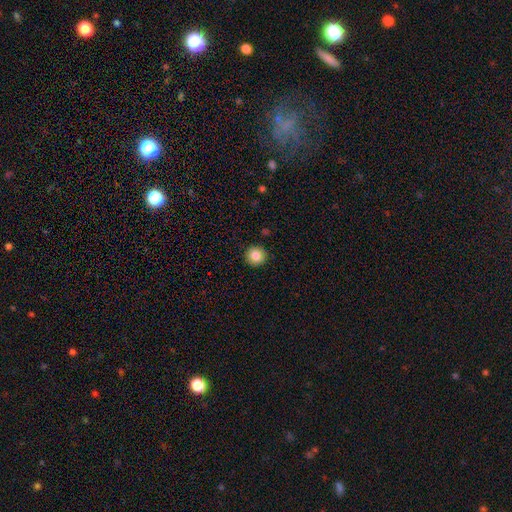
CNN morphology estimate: smooth-or-featured: smooth: 84% | star or artifact: 9% | featured or disk: 6%
  how-rounded: round: 95% | in between: 4% | cigar-shaped: 1%
  merging: none: 93% | minor disturbance: 5% | major disturbance: 2% | merger: 1%